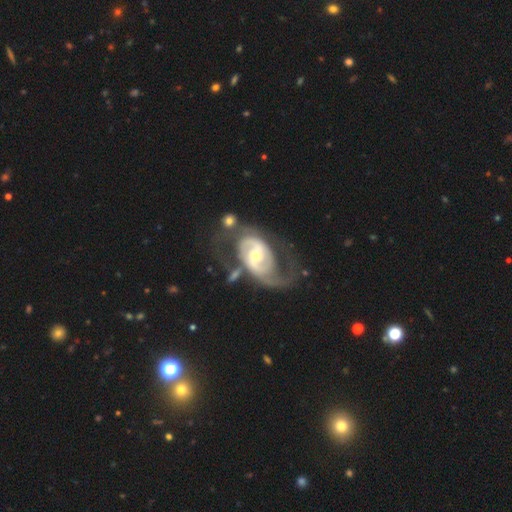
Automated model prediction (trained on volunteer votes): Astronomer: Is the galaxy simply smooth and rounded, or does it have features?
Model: featured or disk — 87%.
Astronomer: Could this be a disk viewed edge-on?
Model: no — 96%.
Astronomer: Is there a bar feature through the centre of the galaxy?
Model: weak — 41% (runner-up: no, 36%).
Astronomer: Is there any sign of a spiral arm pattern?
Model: yes — 91%.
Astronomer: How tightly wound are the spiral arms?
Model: medium — 44% (runner-up: tight, 29%).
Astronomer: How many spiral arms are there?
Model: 2 — 77%.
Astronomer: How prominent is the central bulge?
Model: moderate — 53% (runner-up: small, 41%).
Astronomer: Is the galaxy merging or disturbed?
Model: none — 42% (runner-up: major disturbance, 28%).